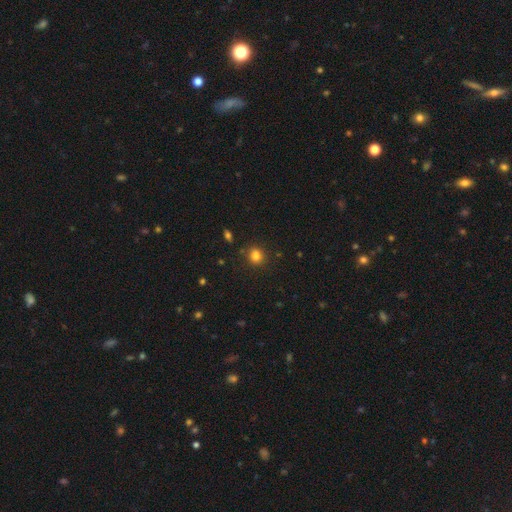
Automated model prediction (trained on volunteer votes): Smooth or featured: smooth — 81% (star or artifact — 13%)
How rounded: round — 80% (in between — 19%)
Merging: none — 85% (minor disturbance — 9%)